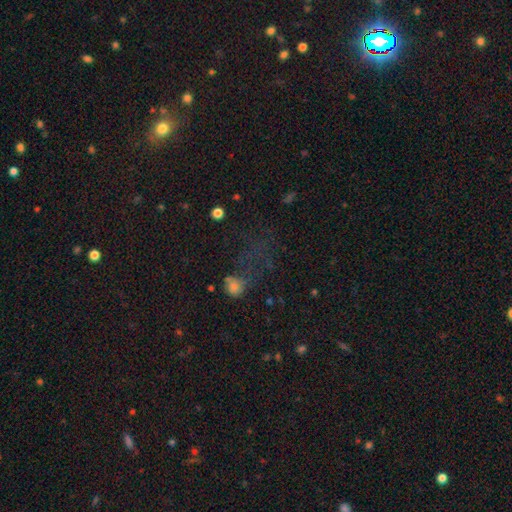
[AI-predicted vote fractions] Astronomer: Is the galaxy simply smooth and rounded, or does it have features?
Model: star or artifact — 56%.